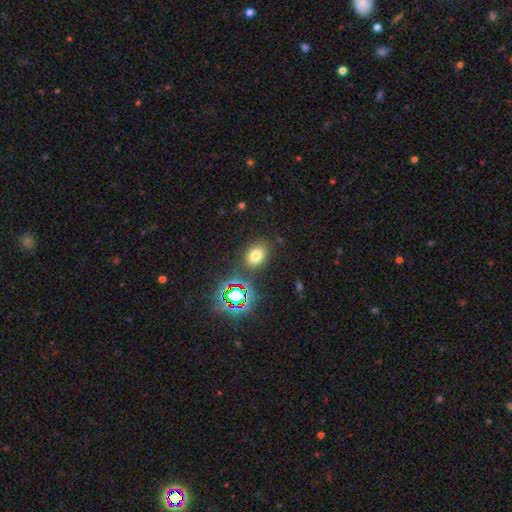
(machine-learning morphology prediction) smooth-or-featured: smooth: 68% | star or artifact: 23% | featured or disk: 9%
  how-rounded: in between: 64% | round: 34% | cigar-shaped: 1%
  merging: none: 80% | minor disturbance: 11% | merger: 5% | major disturbance: 4%